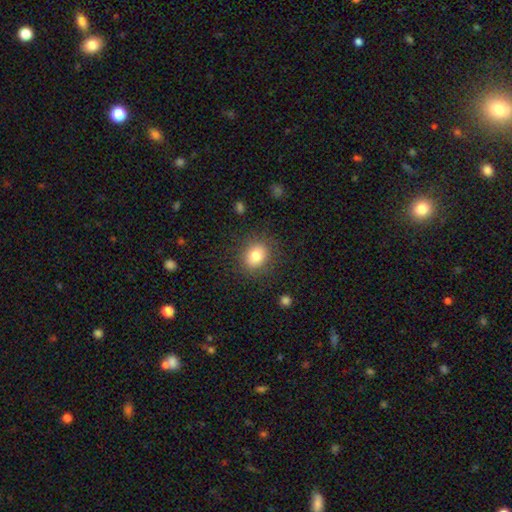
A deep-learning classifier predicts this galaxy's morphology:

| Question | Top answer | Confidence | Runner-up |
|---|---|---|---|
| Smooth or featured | smooth | 80% | star or artifact (10%) |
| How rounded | round | 68% | in between (31%) |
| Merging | none | 85% | minor disturbance (10%) |